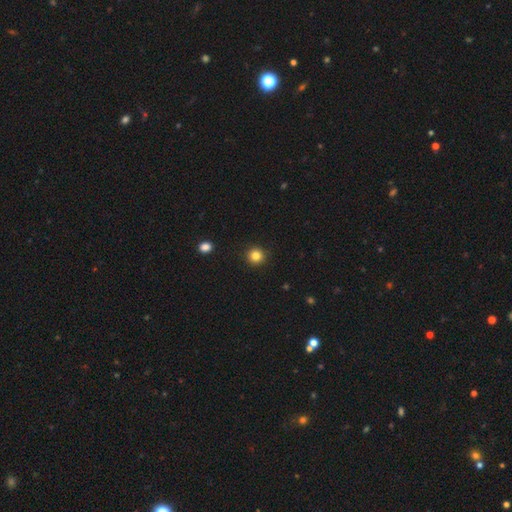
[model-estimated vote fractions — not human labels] A smooth galaxy with no disk features (83%) that is round (94%).

Vote fractions:
- Smooth or featured? smooth: 83% / star or artifact: 12% / featured or disk: 5%
- How rounded? round: 94% / in between: 5% / cigar-shaped: 1%
- Merging? none: 92% / minor disturbance: 5% / major disturbance: 2% / merger: 1%